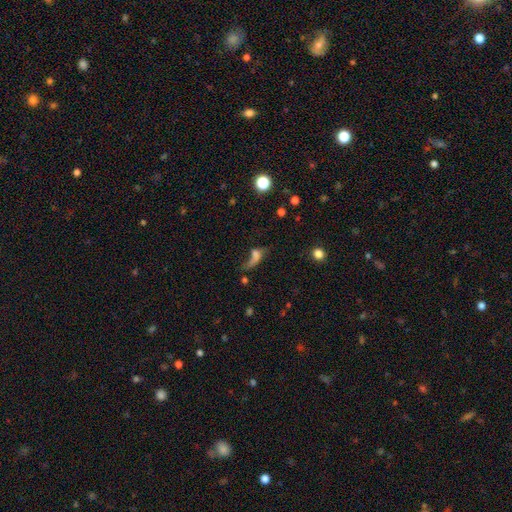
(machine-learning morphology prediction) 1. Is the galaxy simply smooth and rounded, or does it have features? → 48% smooth, 35% featured or disk, 17% star or artifact.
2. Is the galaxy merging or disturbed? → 42% major disturbance, 26% none, 19% minor disturbance, 13% merger.